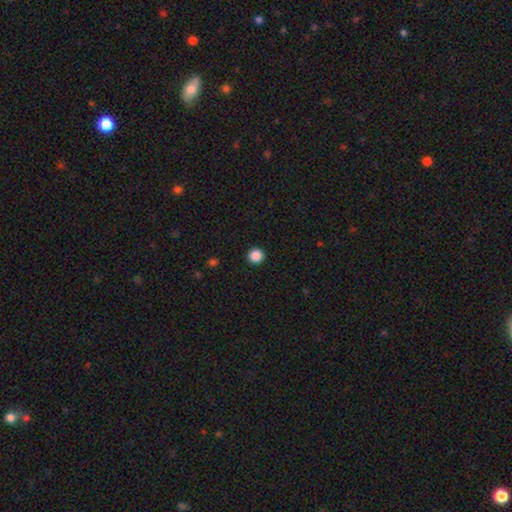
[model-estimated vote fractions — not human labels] This appears to be a smooth galaxy with no disk features (88%) that is round (96%). Merging: none (94%).